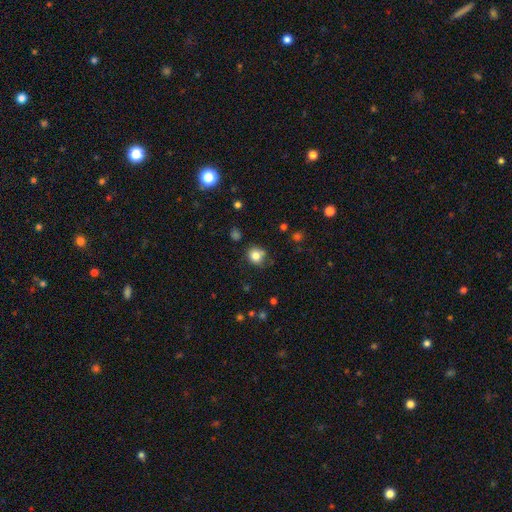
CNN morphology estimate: This is clearly a smooth galaxy (81%). How rounded: clearly round (82%). Merging: likely none (72%).